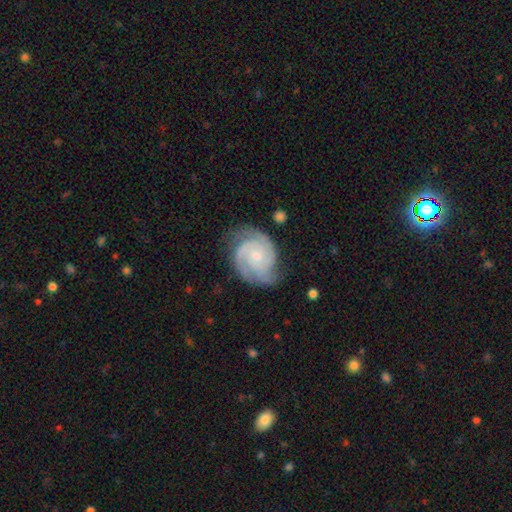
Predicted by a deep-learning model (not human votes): smooth-or-featured: featured or disk: 89% | smooth: 7% | star or artifact: 4%
  disk-edge-on: no: 98% | yes: 2%
    bar: no: 70% | weak: 25% | strong: 4%
    has-spiral-arms: yes: 98% | no: 2%
      spiral-winding: tight: 62% | medium: 33% | loose: 5%
      spiral-arm-count: 3: 41% | 2: 38% | can't tell: 9% | 4: 6% | 1: 3% | more than 4: 3%
    bulge-size: small: 63% | moderate: 31% | none: 3% | large: 1% | dominant: 1%
  merging: none: 72% | minor disturbance: 21% | major disturbance: 6% | merger: 1%